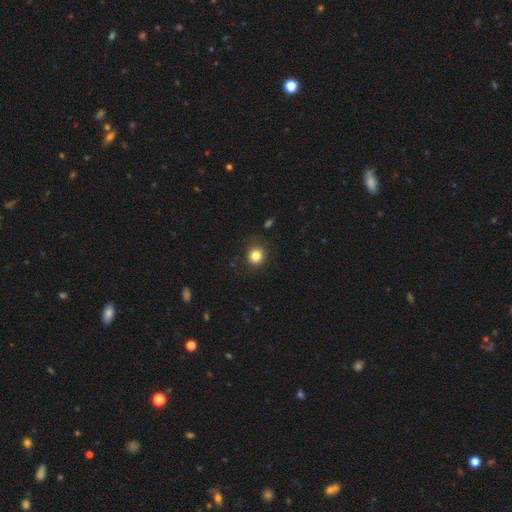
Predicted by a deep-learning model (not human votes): Morphology: type=smooth (83%); roundness=round (84%); merging=none (83%).